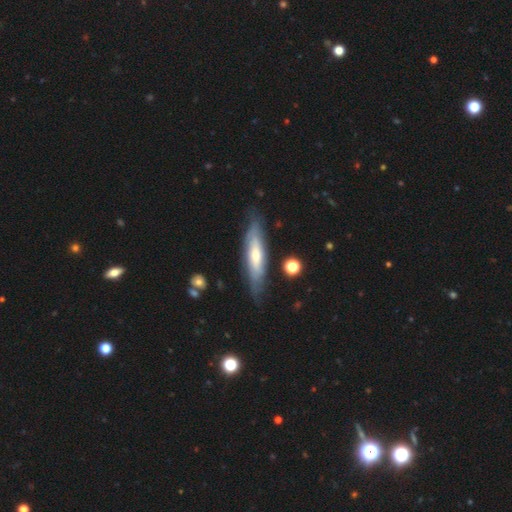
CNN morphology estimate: Smooth or featured: featured or disk — 58% (smooth — 36%)
Edge-on disk: yes — 52% (no — 48%)
Merging: none — 77% (minor disturbance — 16%)